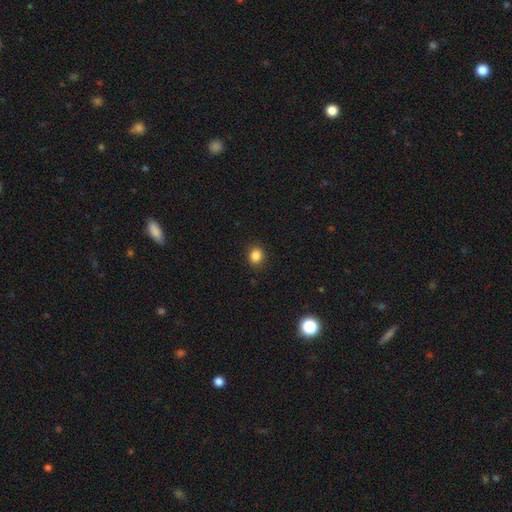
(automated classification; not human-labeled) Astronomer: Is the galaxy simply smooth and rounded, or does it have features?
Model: smooth — 85%.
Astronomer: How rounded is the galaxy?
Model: round — 75%.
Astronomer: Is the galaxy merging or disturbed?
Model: none — 89%.